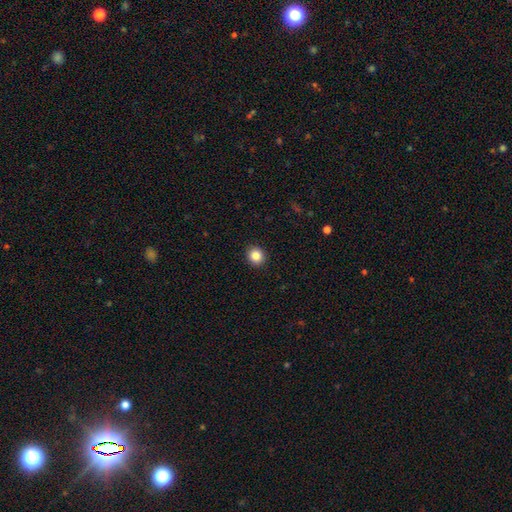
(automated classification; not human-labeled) smooth 85%, star or artifact 10%, featured or disk 5%. Down the decision tree: how rounded — round (87%); merging — none (93%).